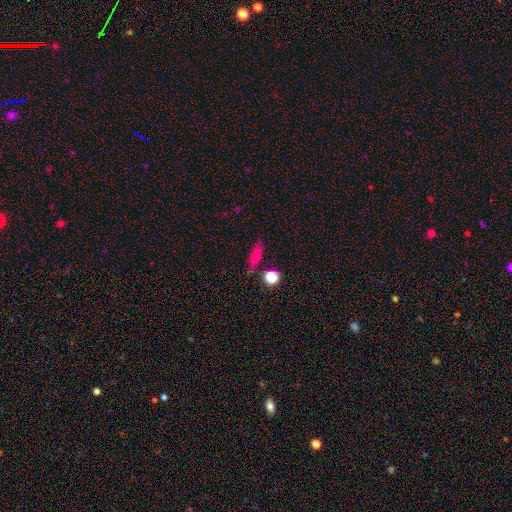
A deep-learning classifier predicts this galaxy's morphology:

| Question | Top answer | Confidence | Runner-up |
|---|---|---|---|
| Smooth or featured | smooth | 60% | featured or disk (28%) |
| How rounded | cigar-shaped | 59% | in between (33%) |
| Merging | none | 79% | minor disturbance (13%) |